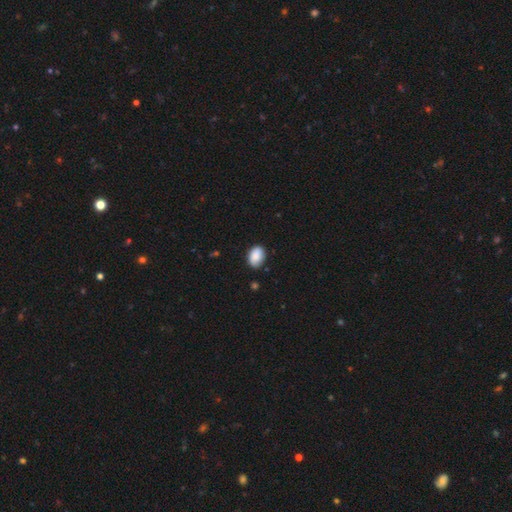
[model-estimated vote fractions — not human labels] Overall: smooth (88%). How rounded: in between (84%). Merging: none (78%).